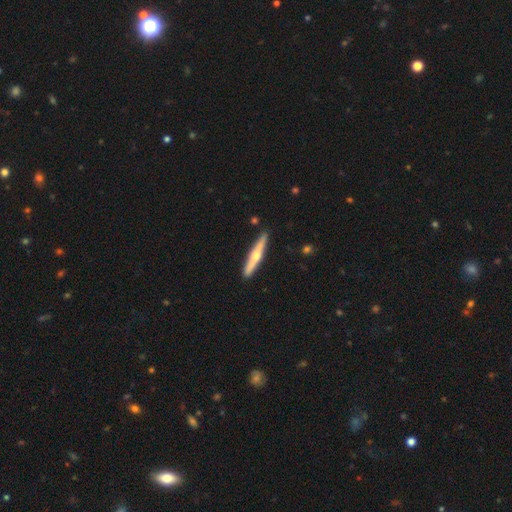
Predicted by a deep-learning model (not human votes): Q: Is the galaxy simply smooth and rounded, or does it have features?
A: featured or disk — 55%.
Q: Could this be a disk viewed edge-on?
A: yes — 96%.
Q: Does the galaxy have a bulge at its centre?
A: rounded — 89%.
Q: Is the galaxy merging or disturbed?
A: none — 90%.